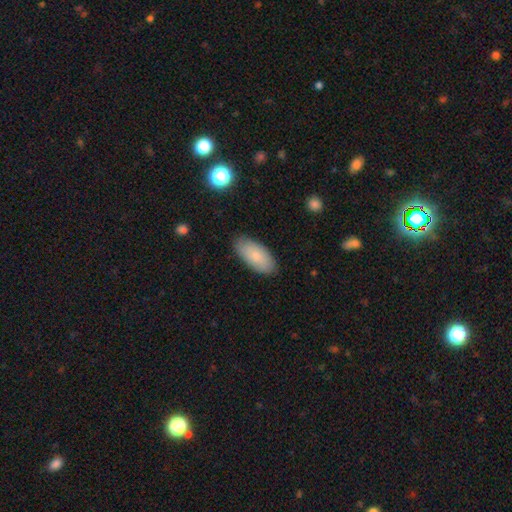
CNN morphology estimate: This appears to be a smooth galaxy with no disk features (80%) that is in between round and cigar-shaped (91%). Merging: none (84%).